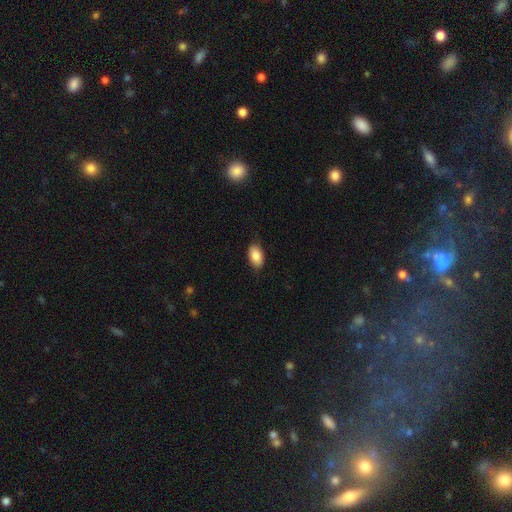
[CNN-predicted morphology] A smooth galaxy with no disk features (87%) that is in between round and cigar-shaped (92%). Merging: none (82%).